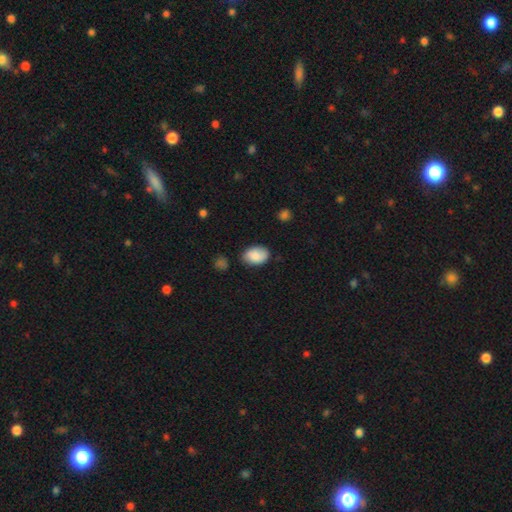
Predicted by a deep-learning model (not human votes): This is clearly a smooth galaxy (86%). How rounded: clearly in between (86%). Merging: likely none (77%).